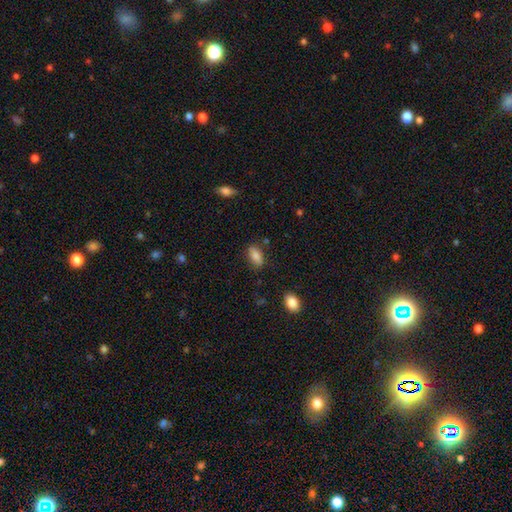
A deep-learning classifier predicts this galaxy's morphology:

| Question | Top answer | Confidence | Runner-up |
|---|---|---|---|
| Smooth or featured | smooth | 83% | featured or disk (9%) |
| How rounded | in between | 89% | cigar-shaped (8%) |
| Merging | none | 80% | minor disturbance (14%) |